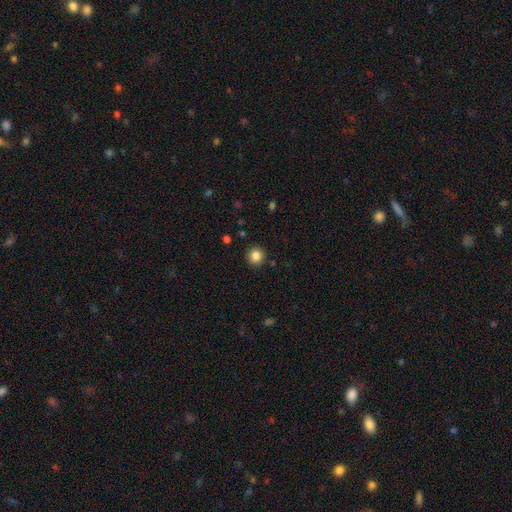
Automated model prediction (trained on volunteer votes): Smooth or featured? Predicted: smooth (p=0.85). How rounded? Predicted: round (p=0.93). Merging? Predicted: none (p=0.91).